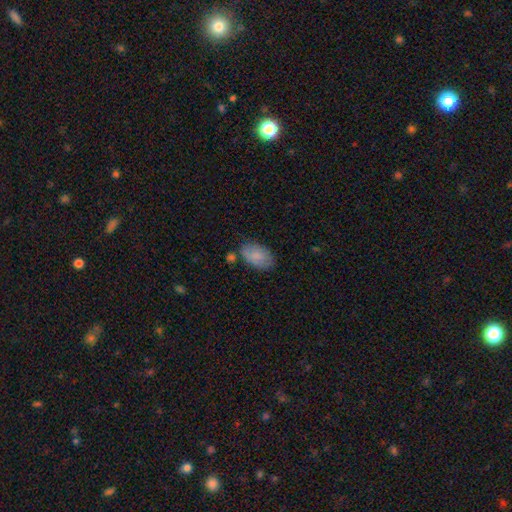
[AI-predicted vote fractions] smooth 82%, featured or disk 11%, star or artifact 7%. Down the decision tree: how rounded — in between (93%); merging — none (67%).